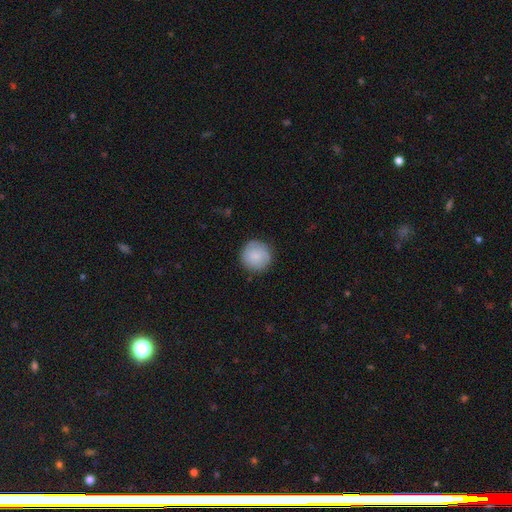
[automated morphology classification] smooth_or_featured: smooth (p=0.82) [alt: featured or disk p=0.11]
how_rounded: round (p=0.95) [alt: in between p=0.04]
merging: none (p=0.86) [alt: minor disturbance p=0.10]